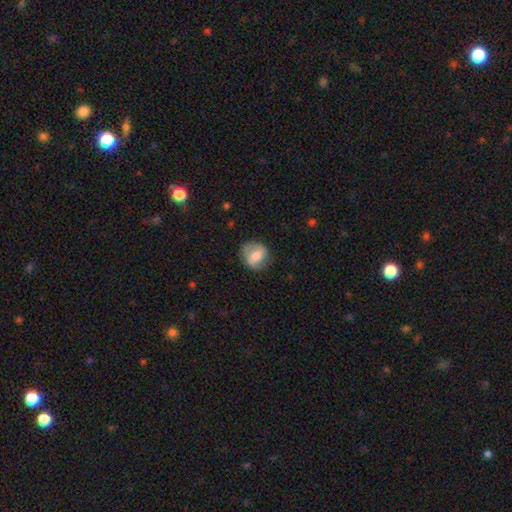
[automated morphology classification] smooth 50%, featured or disk 43%, star or artifact 8%. Down the decision tree: merging — none (75%).